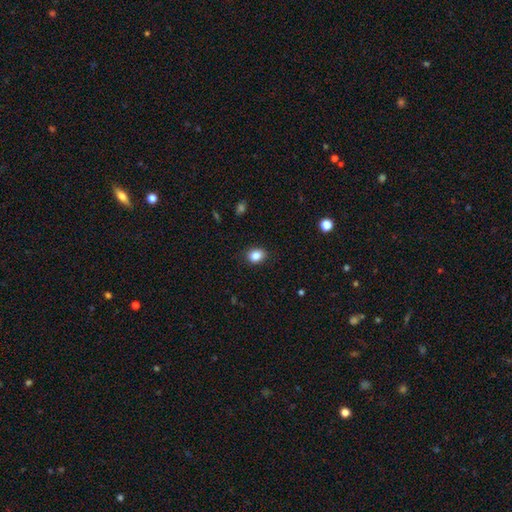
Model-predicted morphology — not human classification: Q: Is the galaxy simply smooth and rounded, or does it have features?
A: smooth — 85%.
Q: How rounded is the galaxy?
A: in between — 55%.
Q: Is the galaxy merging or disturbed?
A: none — 87%.